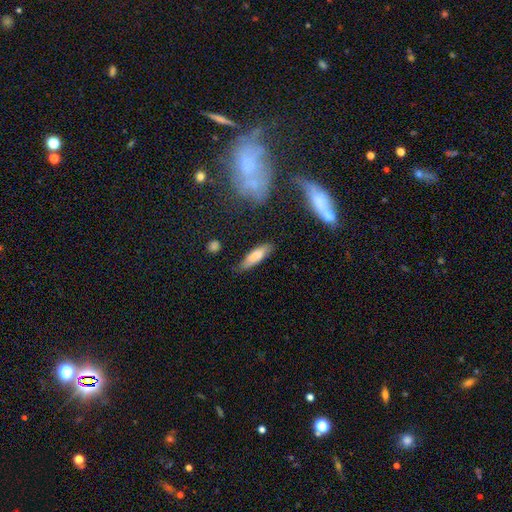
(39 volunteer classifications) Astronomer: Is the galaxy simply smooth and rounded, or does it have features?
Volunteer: smooth — 85%.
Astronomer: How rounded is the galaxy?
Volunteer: cigar-shaped — 61% (runner-up: in between, 39%).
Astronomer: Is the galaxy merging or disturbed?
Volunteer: none — 75%.